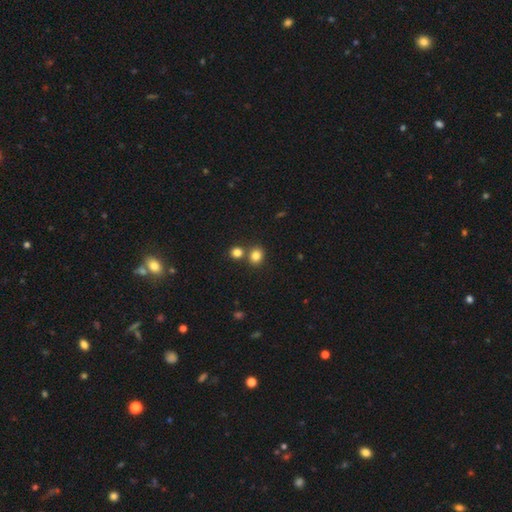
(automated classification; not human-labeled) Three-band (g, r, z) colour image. It shows a smooth galaxy with no disk features (83%) that is round (67%). Merging: none (67%).